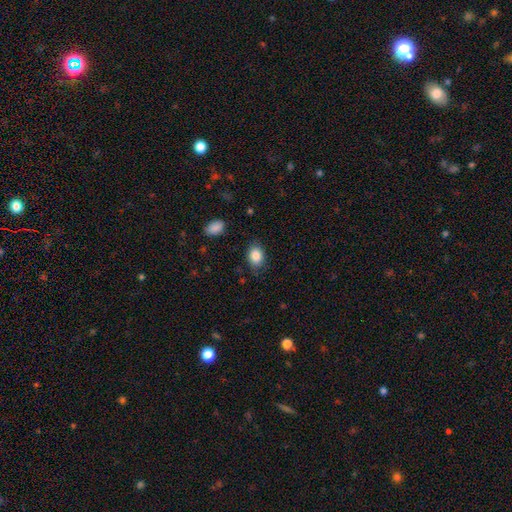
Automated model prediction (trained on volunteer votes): Smooth or featured: smooth — 86% (star or artifact — 8%)
How rounded: in between — 73% (round — 26%)
Merging: none — 80% (minor disturbance — 15%)